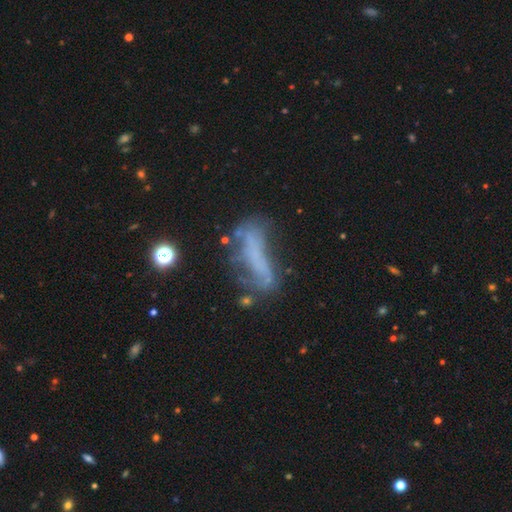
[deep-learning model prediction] featured or disk 48%, smooth 35%, star or artifact 16%. Down the decision tree: merging — none (37%).